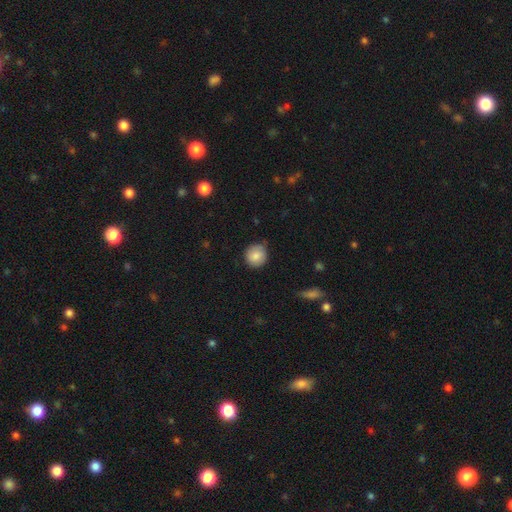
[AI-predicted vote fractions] smooth-or-featured: smooth: 85% | star or artifact: 8% | featured or disk: 7%
  how-rounded: round: 88% | in between: 11% | cigar-shaped: 1%
  merging: none: 77% | minor disturbance: 19% | major disturbance: 3% | merger: 1%